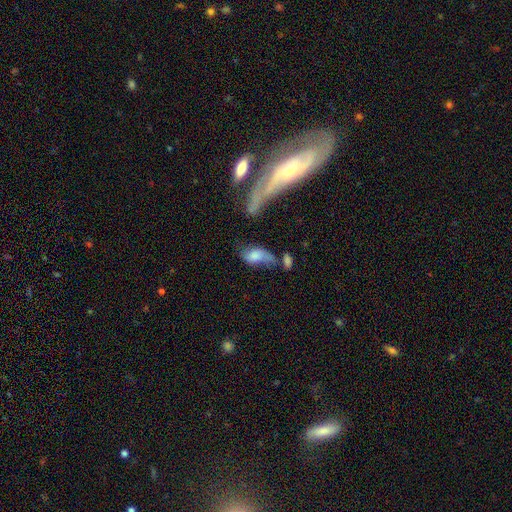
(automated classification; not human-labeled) Overall: smooth (59%; featured or disk 32%). How rounded: in between (87%). Merging: major disturbance (27%; none 25%).